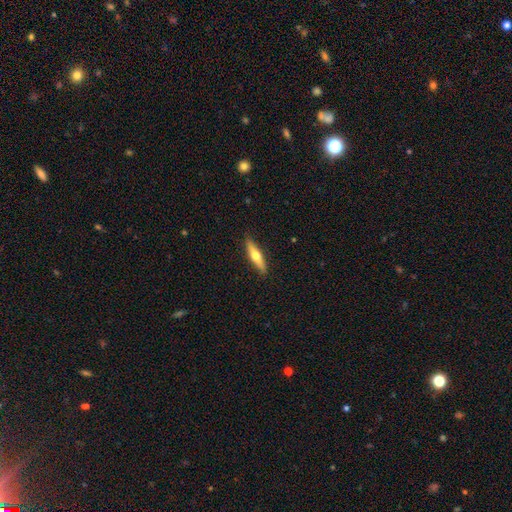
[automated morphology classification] smooth_or_featured: featured or disk (p=0.49) [alt: smooth p=0.45]
merging: none (p=0.90) [alt: minor disturbance p=0.07]